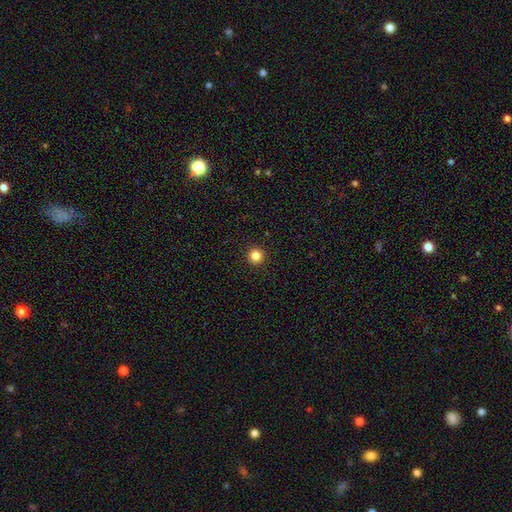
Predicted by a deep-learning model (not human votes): Smooth or featured? smooth (84%)
How rounded? round (96%)
Merging? none (94%)